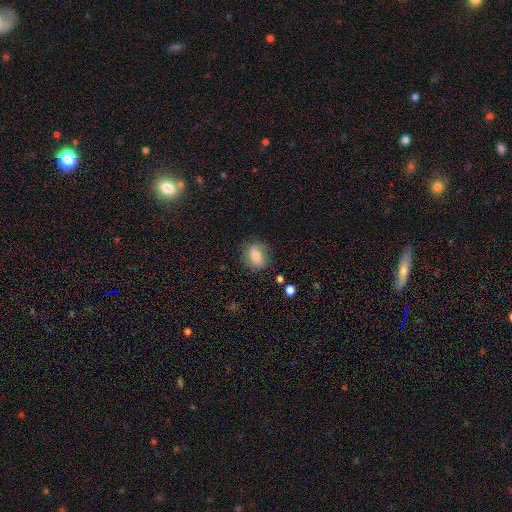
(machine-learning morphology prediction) Smooth or featured?
  - smooth: 74% *
  - featured or disk: 17%
  - star or artifact: 9%
How rounded?
  - in between: 68% *
  - round: 29%
  - cigar-shaped: 3%
Merging?
  - none: 71% *
  - minor disturbance: 20%
  - major disturbance: 7%
  - merger: 2%